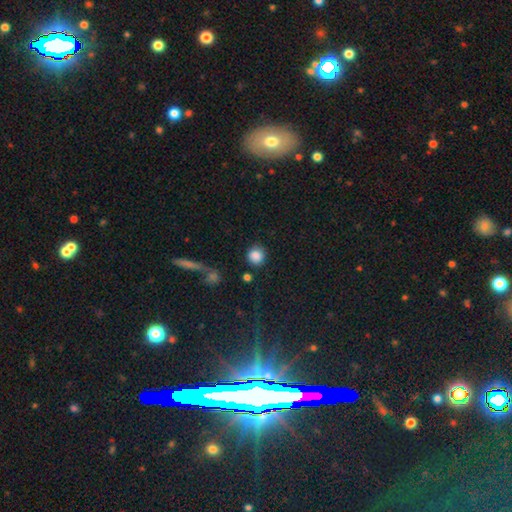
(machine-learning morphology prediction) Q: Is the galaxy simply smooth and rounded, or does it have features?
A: smooth — 85%.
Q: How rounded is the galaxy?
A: round — 89%.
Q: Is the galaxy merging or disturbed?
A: none — 82%.